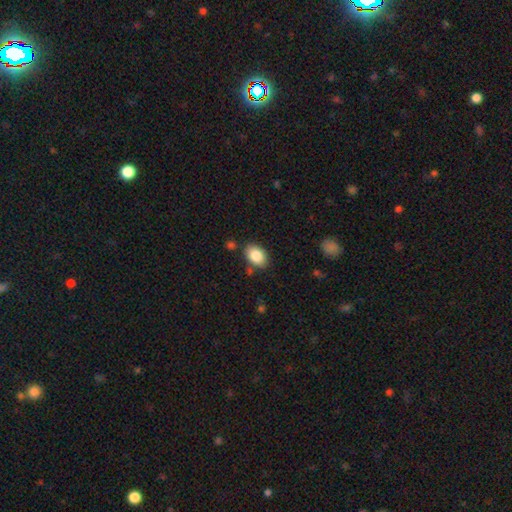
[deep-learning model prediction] Smooth or featured? Predicted: smooth (p=0.86). How rounded? Predicted: in between (p=0.83). Merging? Predicted: none (p=0.79).